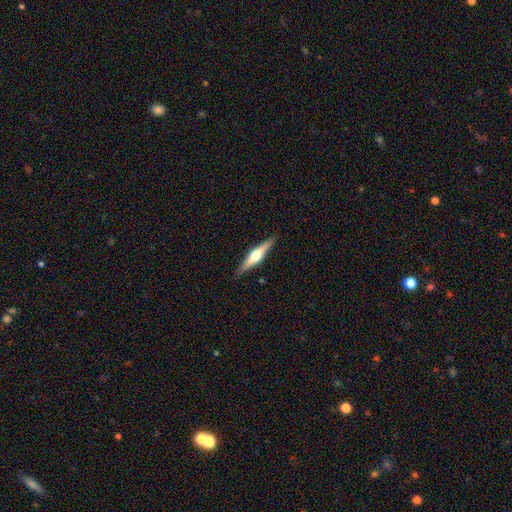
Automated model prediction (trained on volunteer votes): featured or disk 68%, smooth 27%, star or artifact 5%. Down the decision tree: edge-on disk — yes (97%); edge-on bulge — rounded (93%); merging — none (90%).